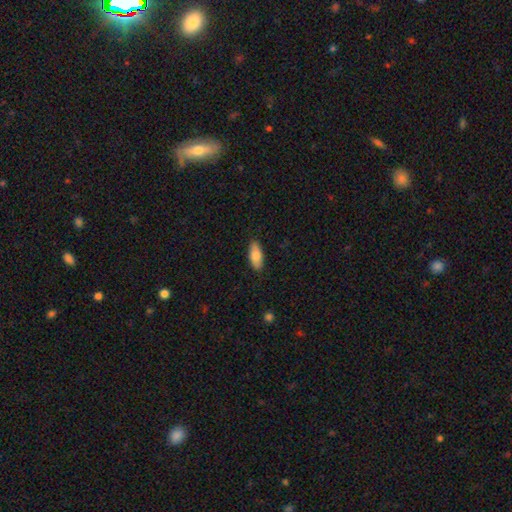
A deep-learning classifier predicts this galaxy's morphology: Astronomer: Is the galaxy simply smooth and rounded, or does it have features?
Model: smooth — 79%.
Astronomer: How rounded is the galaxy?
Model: in between — 83%.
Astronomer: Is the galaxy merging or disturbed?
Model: none — 88%.